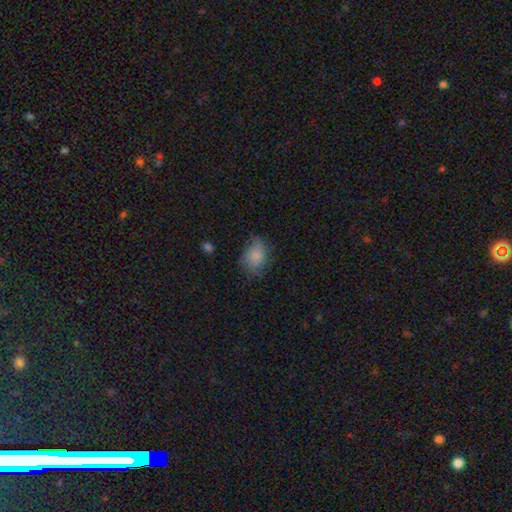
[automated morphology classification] A smooth galaxy with no disk features (79%) that is in between round and cigar-shaped (64%).

Vote fractions:
- Smooth or featured? smooth: 79% / featured or disk: 13% / star or artifact: 8%
- How rounded? in between: 64% / round: 35% / cigar-shaped: 1%
- Merging? none: 55% / minor disturbance: 31% / major disturbance: 12% / merger: 2%